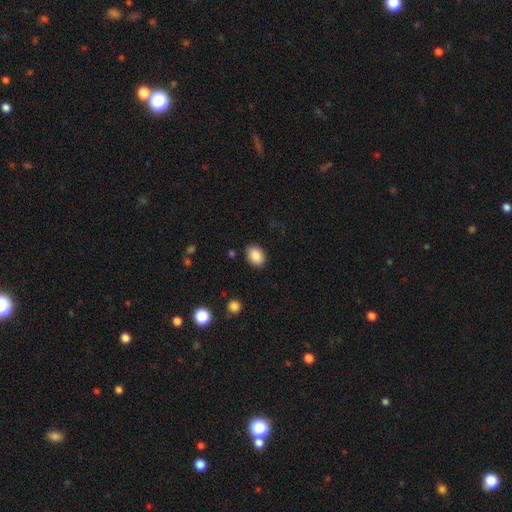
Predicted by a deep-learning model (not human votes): A smooth galaxy with no disk features (86%) that is in between round and cigar-shaped (70%).

Vote fractions:
- Smooth or featured? smooth: 86% / star or artifact: 8% / featured or disk: 6%
- How rounded? in between: 70% / round: 29% / cigar-shaped: 1%
- Merging? none: 88% / minor disturbance: 9% / major disturbance: 2% / merger: 1%